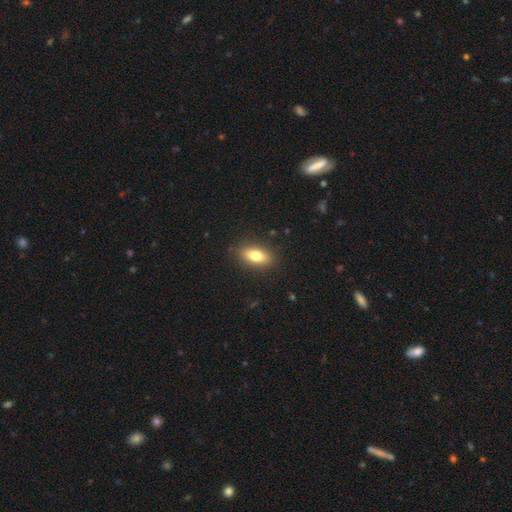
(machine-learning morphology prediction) type=smooth (77%); roundness=in between (84%); merging=none (88%).